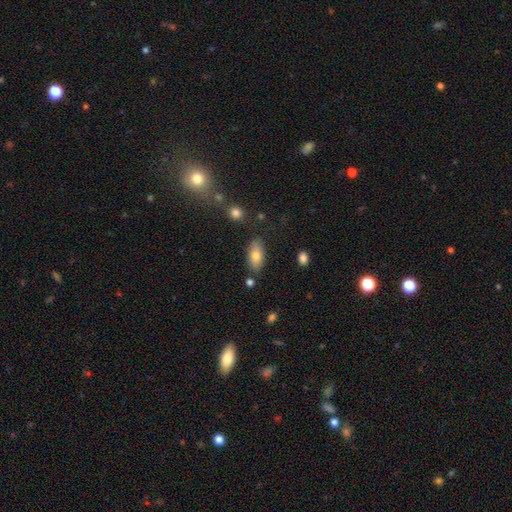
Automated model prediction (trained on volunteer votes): smooth_or_featured: smooth (p=0.77) [alt: featured or disk p=0.15]
how_rounded: in between (p=0.90) [alt: cigar-shaped p=0.07]
merging: none (p=0.80) [alt: minor disturbance p=0.13]